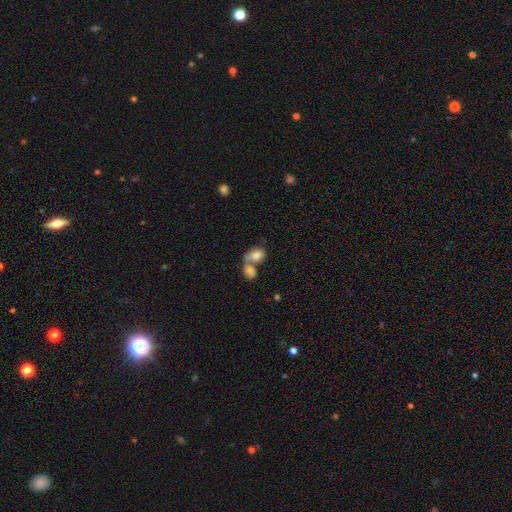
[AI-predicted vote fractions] Morphology: type=smooth (78%); roundness=in between (72%); merging=merger (64%).